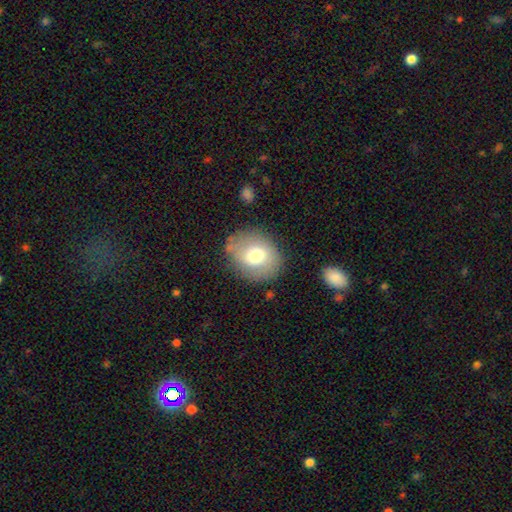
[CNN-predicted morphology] A smooth galaxy with no disk features (70%) that is round (55%).

Vote fractions:
- Smooth or featured? smooth: 70% / featured or disk: 22% / star or artifact: 8%
- How rounded? round: 55% / in between: 44% / cigar-shaped: 1%
- Merging? none: 77% / minor disturbance: 15% / major disturbance: 5% / merger: 3%